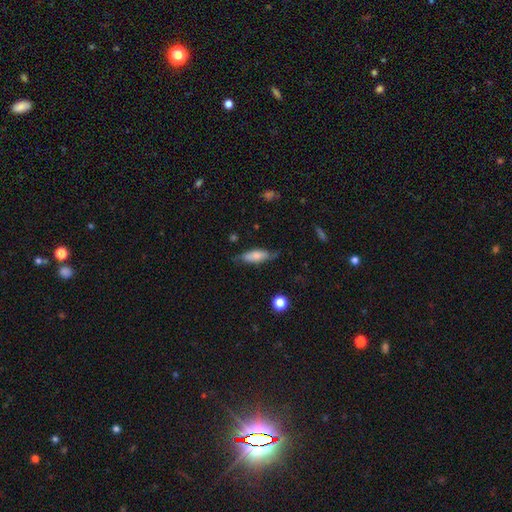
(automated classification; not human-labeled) Morphology: type=smooth (63%); roundness=in between (62%); merging=none (65%).